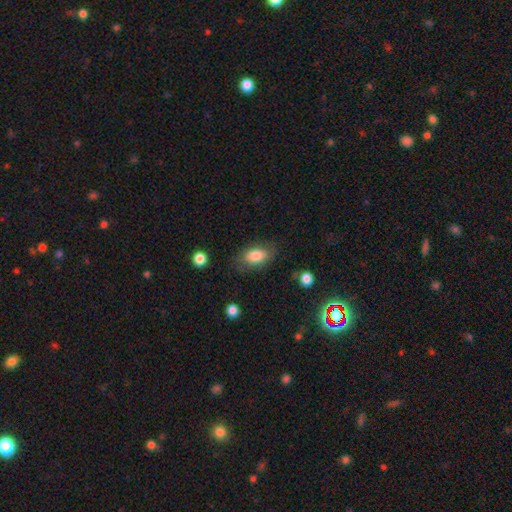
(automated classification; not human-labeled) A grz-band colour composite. It shows a smooth galaxy with no disk features (80%) that is in between round and cigar-shaped (89%). Merging: none (73%).